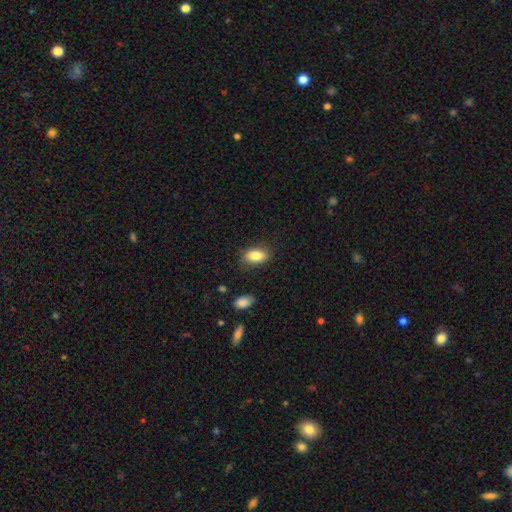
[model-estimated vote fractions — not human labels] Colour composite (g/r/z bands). It shows a smooth galaxy with no disk features (84%) that is in between round and cigar-shaped (88%). Merging: none (81%).